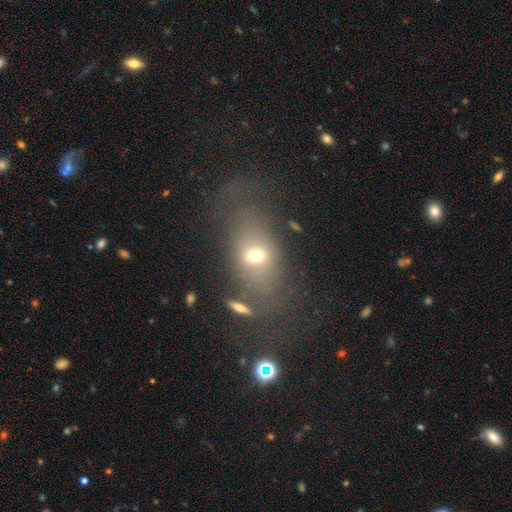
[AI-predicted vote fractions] smooth-or-featured: smooth: 55% | featured or disk: 27% | star or artifact: 18%
  how-rounded: in between: 74% | round: 20% | cigar-shaped: 5%
  merging: none: 54% | major disturbance: 19% | minor disturbance: 17% | merger: 9%